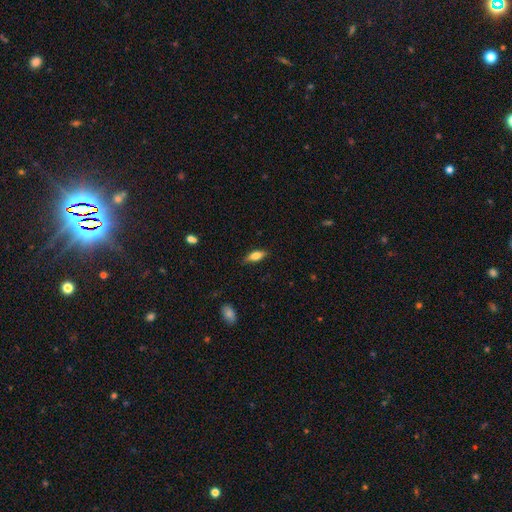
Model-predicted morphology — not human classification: smooth 73%, featured or disk 20%, star or artifact 7%. Down the decision tree: how rounded — in between (72%); merging — none (82%).